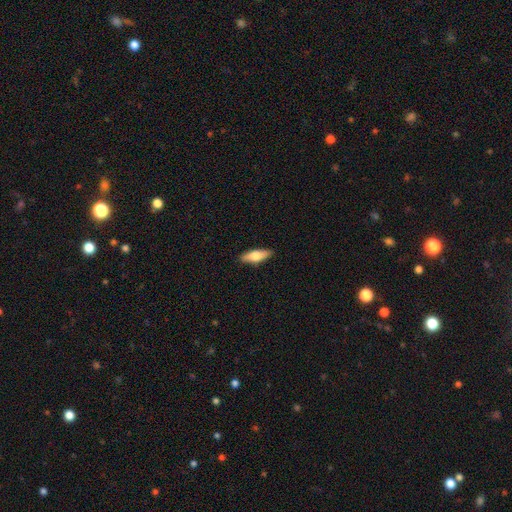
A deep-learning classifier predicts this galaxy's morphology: This appears to be a smooth galaxy with no disk features (70%) that is in between round and cigar-shaped (57%). Merging: none (88%).